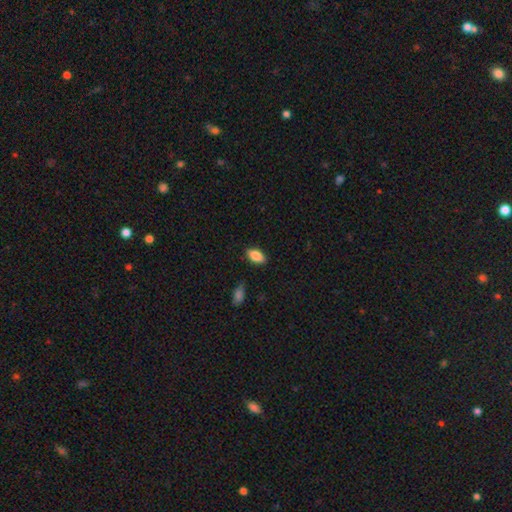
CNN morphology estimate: Q: Smooth or featured?
A: smooth (85%); runner-up: featured or disk (7%)
Q: How rounded?
A: in between (90%); runner-up: cigar-shaped (6%)
Q: Merging?
A: none (85%); runner-up: minor disturbance (11%)